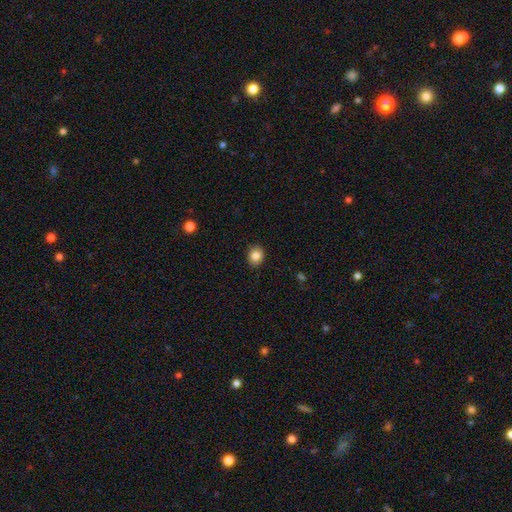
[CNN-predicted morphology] Overall: smooth (85%). How rounded: round (64%; in between 35%). Merging: none (88%).